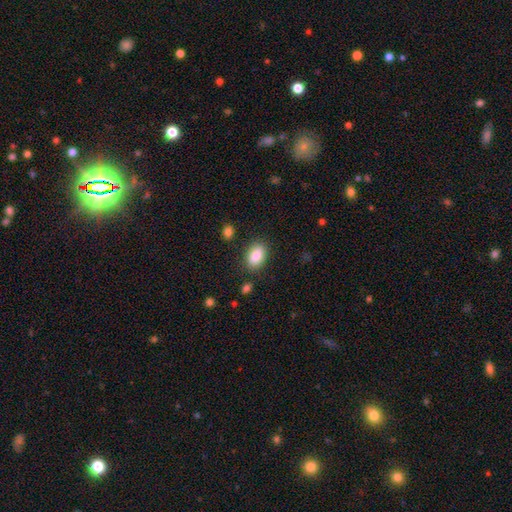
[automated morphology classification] smooth_or_featured: smooth (p=0.87) [alt: star or artifact p=0.07]
how_rounded: in between (p=0.90) [alt: round p=0.09]
merging: none (p=0.84) [alt: minor disturbance p=0.10]